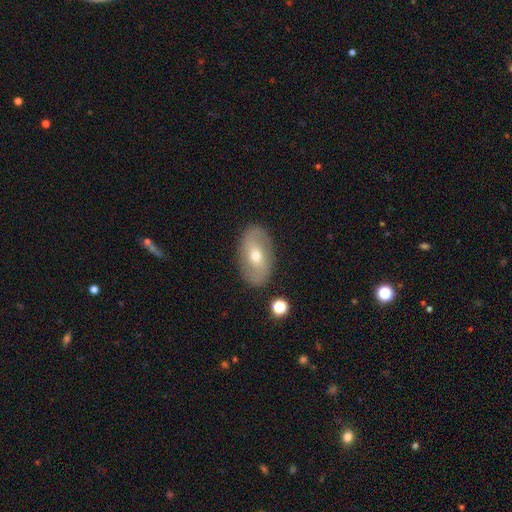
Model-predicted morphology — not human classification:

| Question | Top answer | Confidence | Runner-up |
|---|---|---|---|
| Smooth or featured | featured or disk | 52% | smooth (39%) |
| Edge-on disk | no | 90% | yes (10%) |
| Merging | none | 85% | minor disturbance (10%) |